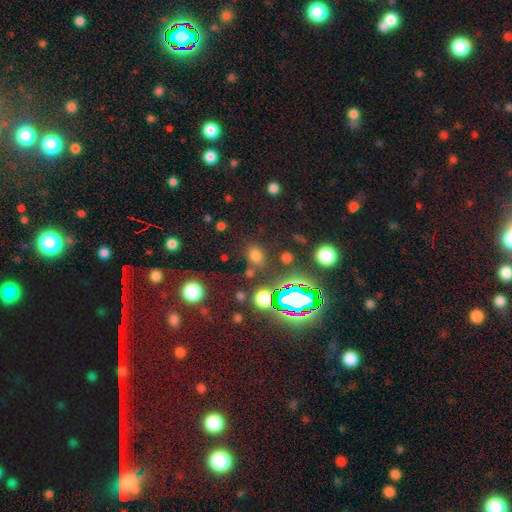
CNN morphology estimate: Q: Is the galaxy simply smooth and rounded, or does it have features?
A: smooth — 64%.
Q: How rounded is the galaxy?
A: in between — 52%.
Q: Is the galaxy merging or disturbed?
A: none — 76%.